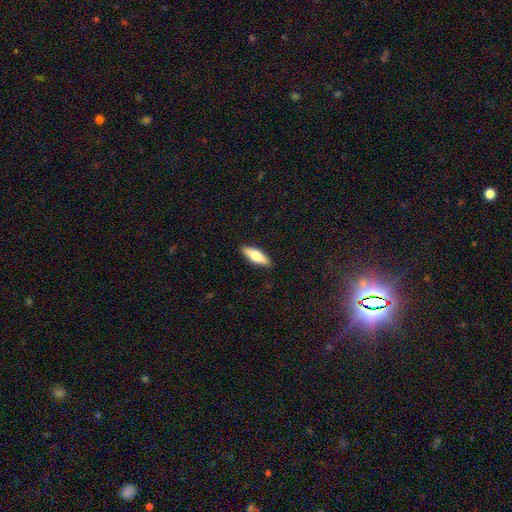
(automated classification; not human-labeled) Smooth or featured? smooth (66%)
How rounded? in between (57%)
Merging? none (89%)